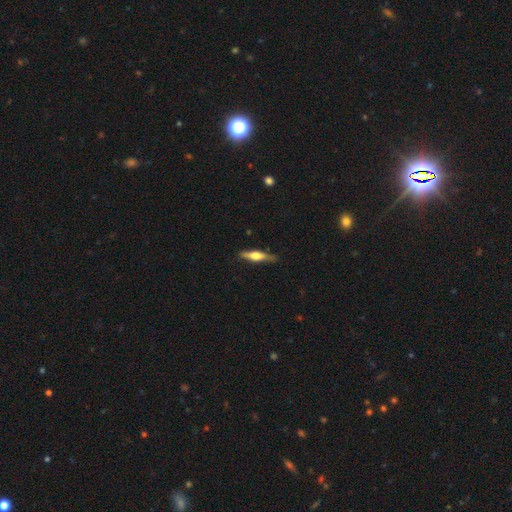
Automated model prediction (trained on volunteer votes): Smooth or featured? Predicted: featured or disk (p=0.57). Edge-on disk? Predicted: yes (p=0.95). Edge-on bulge? Predicted: rounded (p=0.87). Merging? Predicted: none (p=0.82).